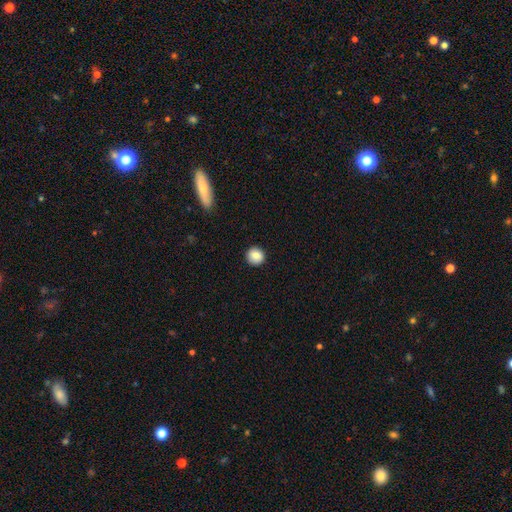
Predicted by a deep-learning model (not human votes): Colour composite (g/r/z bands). It shows a smooth galaxy with no disk features (86%) that is round (92%). Merging: none (90%).